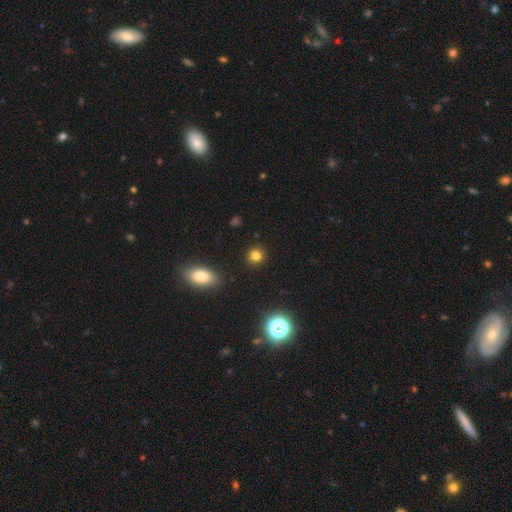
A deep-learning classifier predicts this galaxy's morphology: Smooth or featured? smooth (80%)
How rounded? round (87%)
Merging? none (90%)